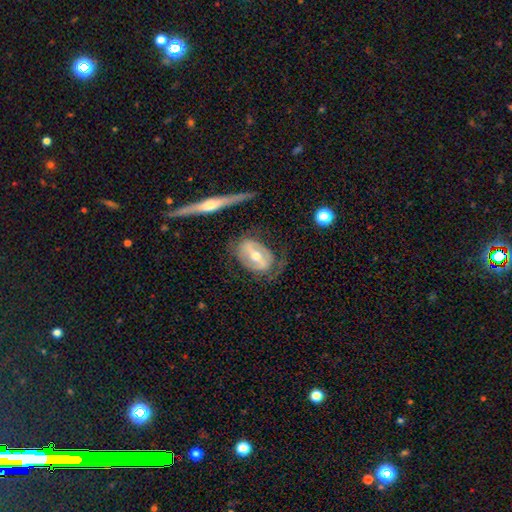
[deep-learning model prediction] Smooth or featured?
  - featured or disk: 68% *
  - smooth: 27%
  - star or artifact: 6%
Edge-on disk?
  - no: 89% *
  - yes: 11%
Bar?
  - strong: 50% *
  - weak: 31%
  - no: 19%
Spiral arms?
  - yes: 52% *
  - no: 48%
Bulge size?
  - moderate: 68% *
  - small: 26%
  - large: 4%
  - none: 1%
  - dominant: 1%
Merging?
  - none: 62% *
  - minor disturbance: 20%
  - major disturbance: 14%
  - merger: 4%